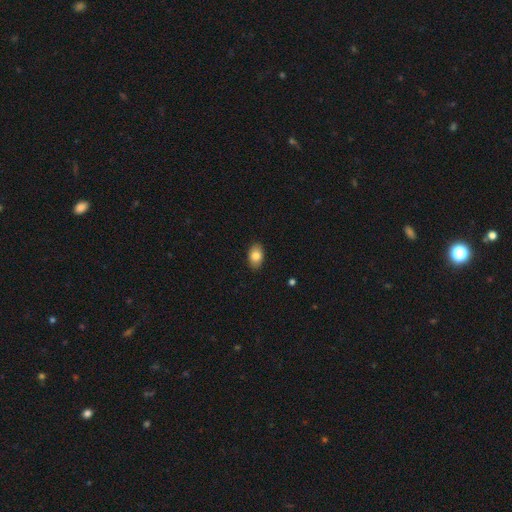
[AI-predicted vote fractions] smooth-or-featured: smooth: 84% | featured or disk: 8% | star or artifact: 8%
  how-rounded: in between: 88% | round: 11% | cigar-shaped: 1%
  merging: none: 88% | minor disturbance: 9% | major disturbance: 2% | merger: 1%